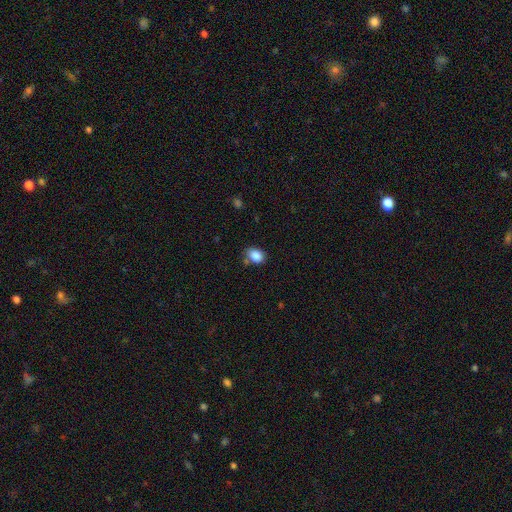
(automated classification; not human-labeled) The model was most divided on "how rounded": in between: 68%, round: 31%, cigar-shaped: 1%. More confident: smooth or featured — smooth (86%); merging — none (68%).